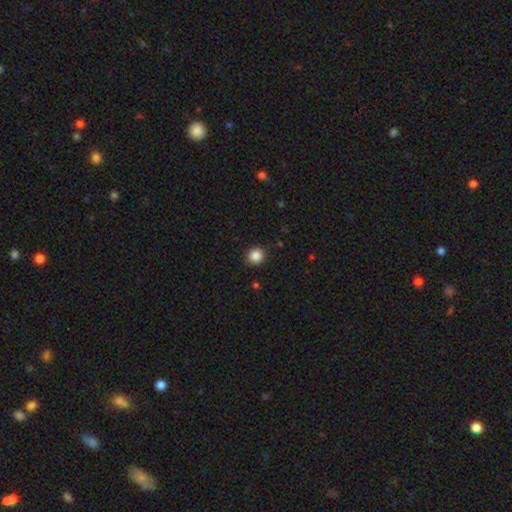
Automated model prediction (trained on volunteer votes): Q: Smooth or featured?
A: smooth (86%); runner-up: star or artifact (11%)
Q: How rounded?
A: round (91%); runner-up: in between (9%)
Q: Merging?
A: none (90%); runner-up: minor disturbance (7%)